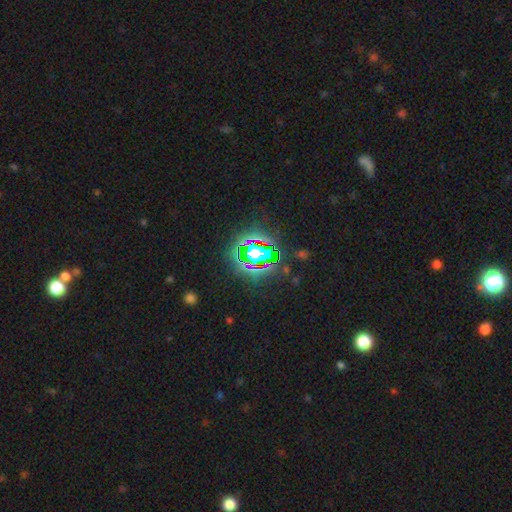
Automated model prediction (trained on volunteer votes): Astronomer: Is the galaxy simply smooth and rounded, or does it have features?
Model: star or artifact — 76%.